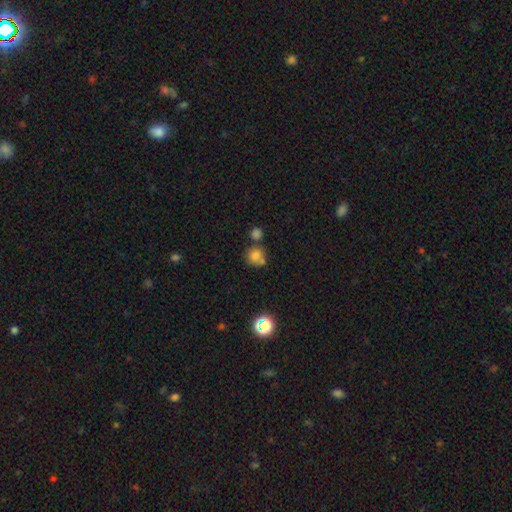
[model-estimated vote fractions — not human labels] Overall: smooth (76%). How rounded: round (86%). Merging: none (56%; merger 28%).